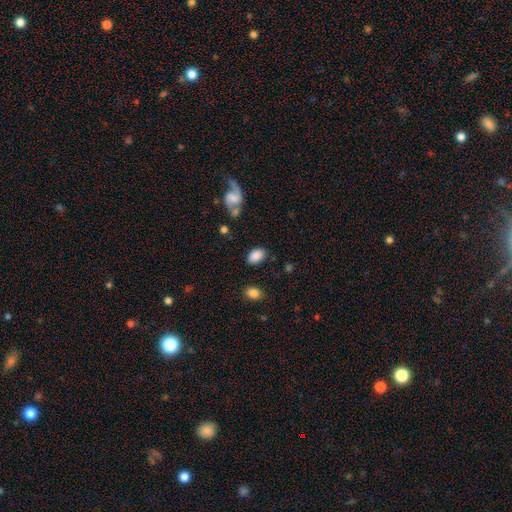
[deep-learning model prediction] Smooth or featured?
  - smooth: 85% *
  - star or artifact: 8%
  - featured or disk: 7%
How rounded?
  - in between: 88% *
  - round: 11%
  - cigar-shaped: 1%
Merging?
  - none: 76% *
  - minor disturbance: 15%
  - major disturbance: 5%
  - merger: 4%